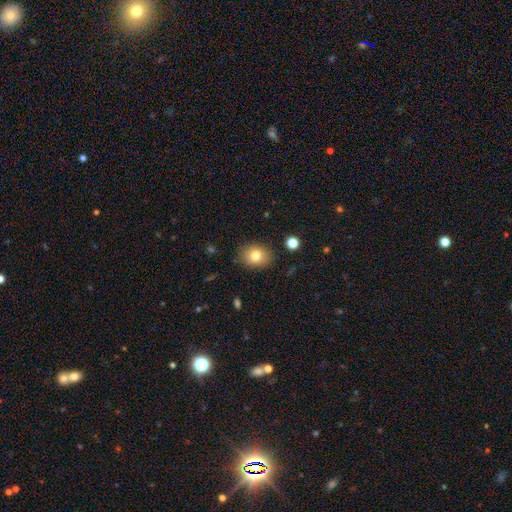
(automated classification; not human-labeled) smooth_or_featured: smooth (p=0.79) [alt: featured or disk p=0.11]
how_rounded: in between (p=0.54) [alt: round p=0.45]
merging: none (p=0.86) [alt: minor disturbance p=0.10]